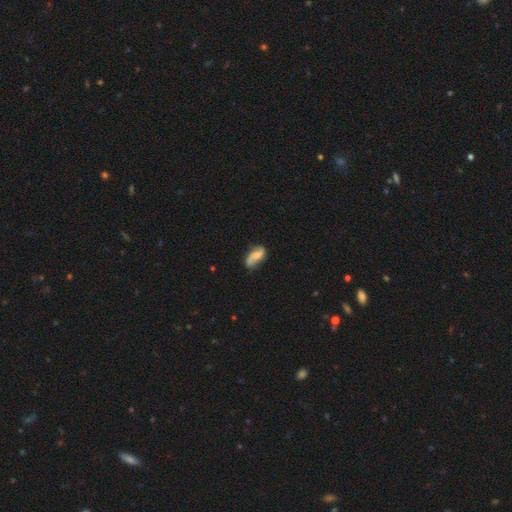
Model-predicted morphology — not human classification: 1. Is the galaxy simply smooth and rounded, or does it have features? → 53% featured or disk, 39% smooth, 8% star or artifact.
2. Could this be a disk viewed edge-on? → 94% no, 6% yes.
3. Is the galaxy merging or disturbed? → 60% none, 26% minor disturbance, 10% major disturbance, 3% merger.